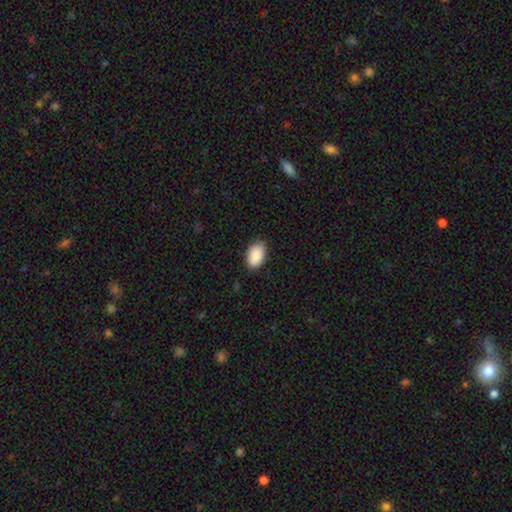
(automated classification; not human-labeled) smooth-or-featured: smooth: 91% | star or artifact: 6% | featured or disk: 3%
  how-rounded: in between: 91% | round: 8% | cigar-shaped: 1%
  merging: none: 84% | minor disturbance: 13% | major disturbance: 2% | merger: 1%